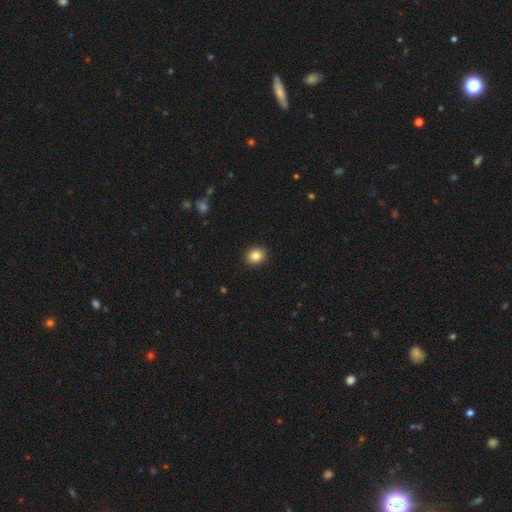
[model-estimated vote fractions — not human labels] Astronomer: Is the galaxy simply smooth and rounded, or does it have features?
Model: smooth — 84%.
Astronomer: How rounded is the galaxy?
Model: round — 69%.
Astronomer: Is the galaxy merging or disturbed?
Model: none — 92%.